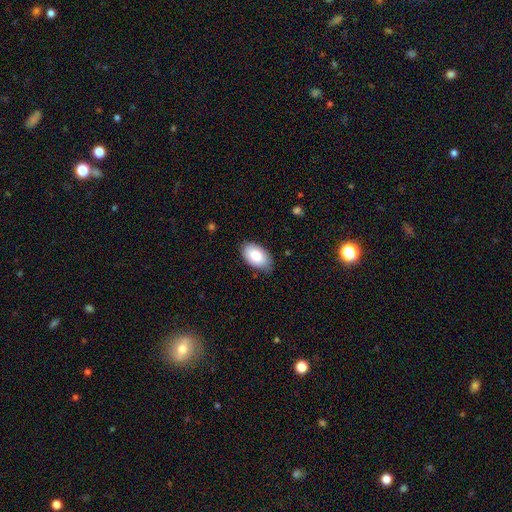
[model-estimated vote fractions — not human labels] smooth 84%, featured or disk 10%, star or artifact 6%. Down the decision tree: how rounded — in between (95%); merging — none (79%).